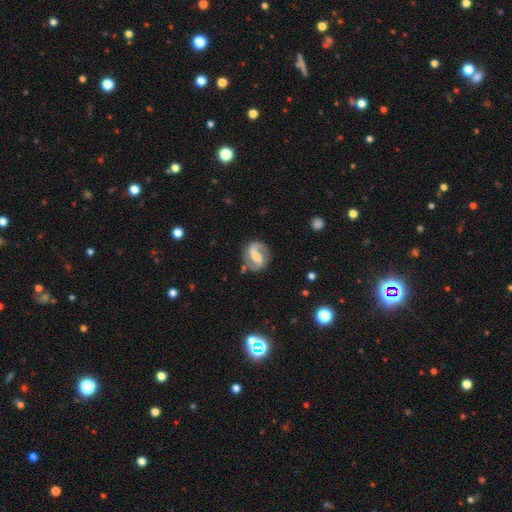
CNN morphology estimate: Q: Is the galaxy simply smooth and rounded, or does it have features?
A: featured or disk — 88%.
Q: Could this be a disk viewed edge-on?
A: no — 98%.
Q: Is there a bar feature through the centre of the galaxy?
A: strong — 52%.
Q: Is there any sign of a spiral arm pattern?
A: yes — 96%.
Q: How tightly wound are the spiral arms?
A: medium — 53%.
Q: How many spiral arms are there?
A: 2 — 92%.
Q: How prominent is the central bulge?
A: moderate — 47%.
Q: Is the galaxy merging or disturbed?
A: none — 81%.